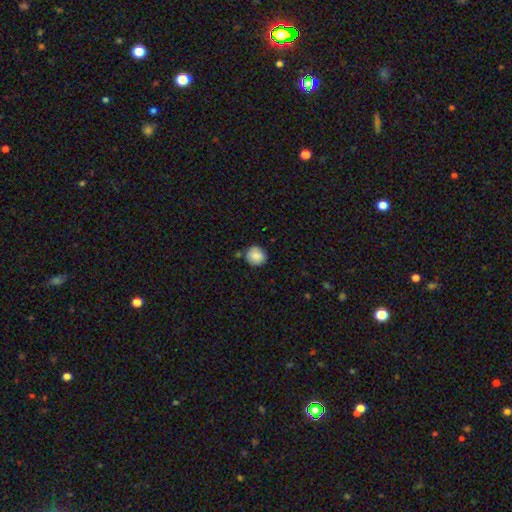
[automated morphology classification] Smooth or featured?
  - smooth: 87% *
  - star or artifact: 8%
  - featured or disk: 6%
How rounded?
  - round: 88% *
  - in between: 11%
  - cigar-shaped: 1%
Merging?
  - none: 83% *
  - minor disturbance: 11%
  - merger: 4%
  - major disturbance: 2%